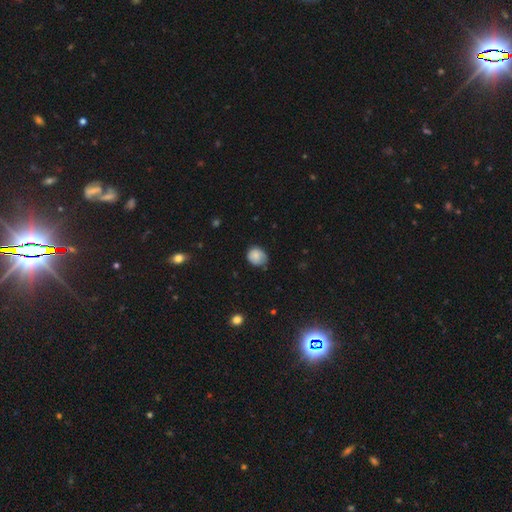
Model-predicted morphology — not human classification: Smooth or featured? Predicted: smooth (p=0.78). How rounded? Predicted: round (p=0.65). Merging? Predicted: none (p=0.57).